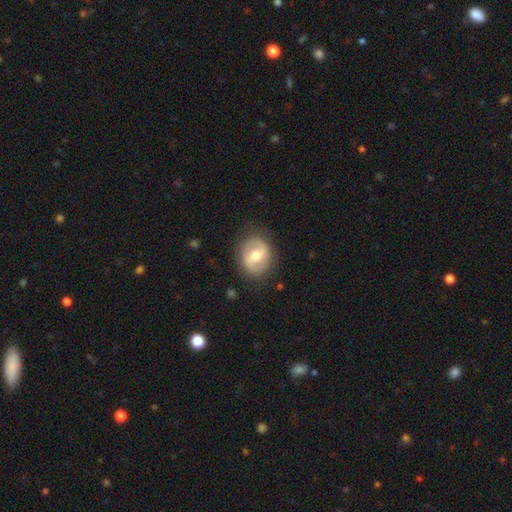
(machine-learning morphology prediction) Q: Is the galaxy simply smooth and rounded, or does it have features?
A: featured or disk — 59%.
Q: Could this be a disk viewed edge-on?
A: no — 96%.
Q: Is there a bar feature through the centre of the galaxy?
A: weak — 45%.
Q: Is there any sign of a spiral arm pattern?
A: yes — 55%.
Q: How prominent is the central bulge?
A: moderate — 72%.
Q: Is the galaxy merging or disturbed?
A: none — 81%.